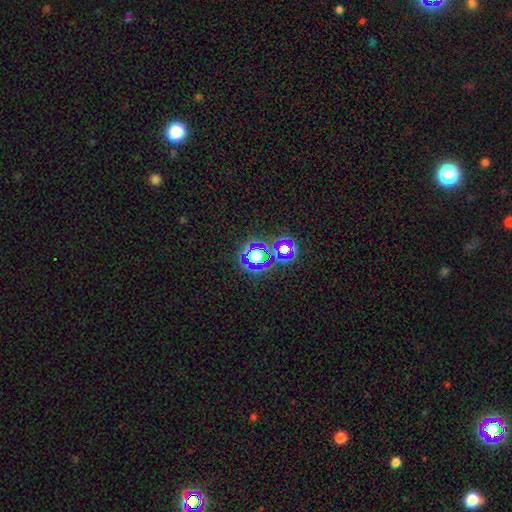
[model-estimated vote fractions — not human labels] The model was most divided on "smooth or featured": star or artifact: 61%, smooth: 27%, featured or disk: 12%.